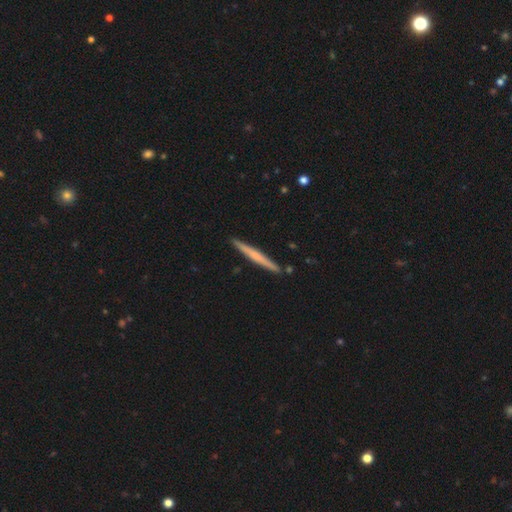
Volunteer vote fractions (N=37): Smooth or featured: featured or disk — 62% (smooth — 38%)
Edge-on disk: yes — 96% (no — 4%)
Edge-on bulge: none — 68% (rounded — 32%)
Merging: none — 86% (major disturbance — 8%)